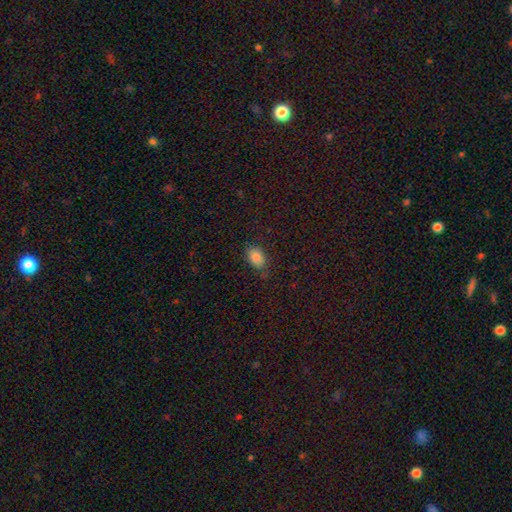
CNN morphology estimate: smooth_or_featured: smooth (p=0.83) [alt: star or artifact p=0.11]
how_rounded: in between (p=0.81) [alt: round p=0.18]
merging: none (p=0.79) [alt: minor disturbance p=0.16]